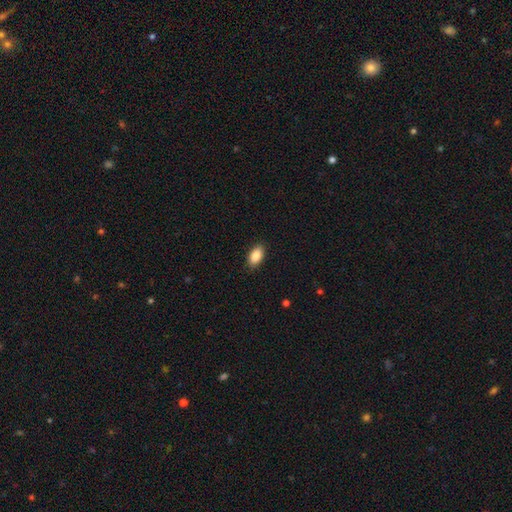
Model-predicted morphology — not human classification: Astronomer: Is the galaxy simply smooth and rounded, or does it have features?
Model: smooth — 88%.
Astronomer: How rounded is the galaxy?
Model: in between — 93%.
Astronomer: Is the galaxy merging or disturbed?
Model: none — 89%.